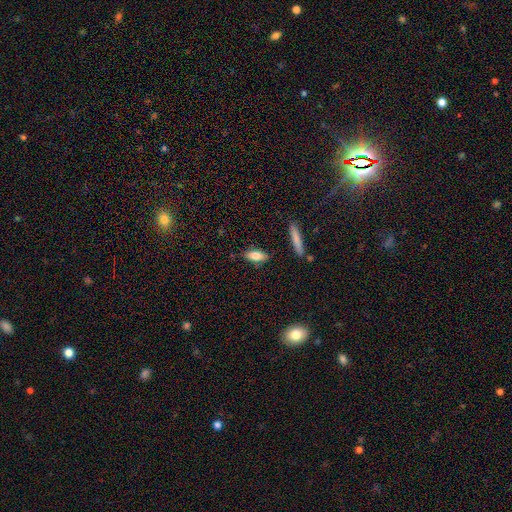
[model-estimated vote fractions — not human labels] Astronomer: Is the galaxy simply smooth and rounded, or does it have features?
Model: smooth — 77%.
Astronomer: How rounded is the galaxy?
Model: in between — 73%.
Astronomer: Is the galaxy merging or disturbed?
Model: none — 83%.